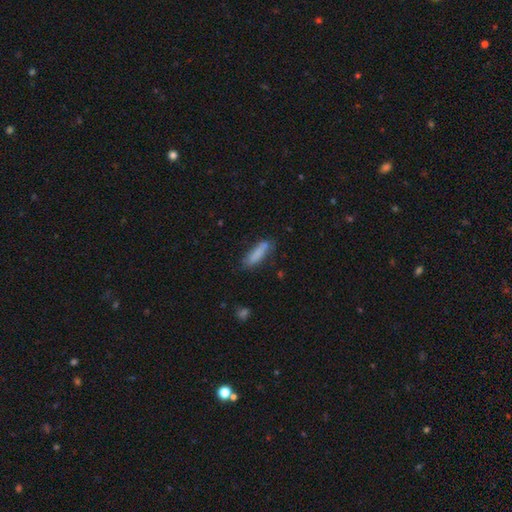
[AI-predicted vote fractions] Smooth or featured?
  - smooth: 80% *
  - featured or disk: 11%
  - star or artifact: 8%
How rounded?
  - cigar-shaped: 75% *
  - in between: 23%
  - round: 2%
Merging?
  - none: 75% *
  - minor disturbance: 17%
  - major disturbance: 4%
  - merger: 3%